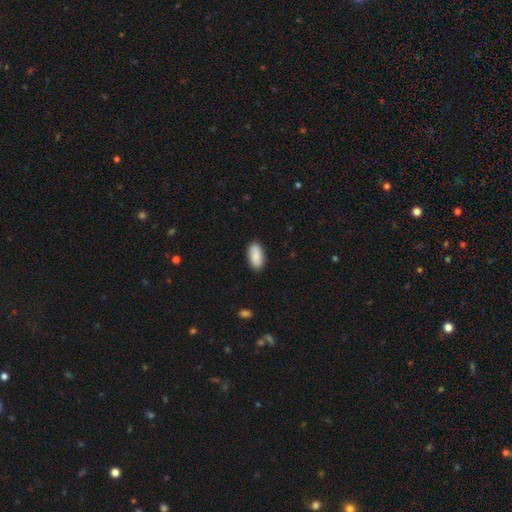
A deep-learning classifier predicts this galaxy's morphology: A smooth galaxy with no disk features (84%) that is in between round and cigar-shaped (93%).

Vote fractions:
- Smooth or featured? smooth: 84% / featured or disk: 10% / star or artifact: 6%
- How rounded? in between: 93% / cigar-shaped: 4% / round: 3%
- Merging? none: 86% / minor disturbance: 11% / major disturbance: 2% / merger: 1%